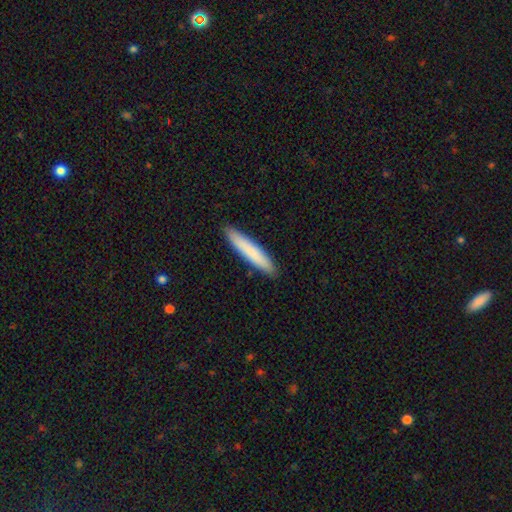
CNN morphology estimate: This is likely a smooth galaxy (78%). How rounded: clearly cigar-shaped (88%). Merging: clearly none (90%).